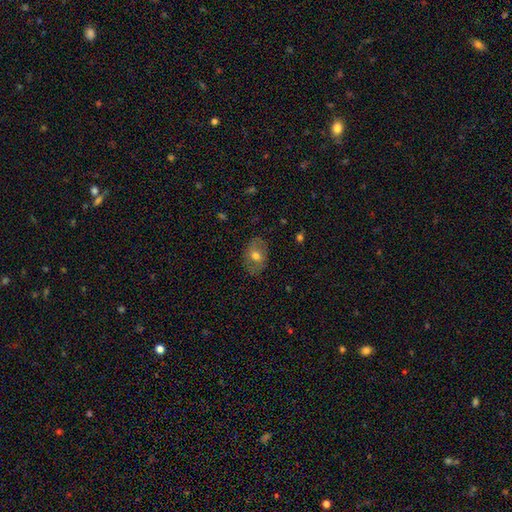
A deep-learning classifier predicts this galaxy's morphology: Smooth or featured? Predicted: smooth (p=0.54). How rounded? Predicted: in between (p=0.74). Merging? Predicted: none (p=0.80).